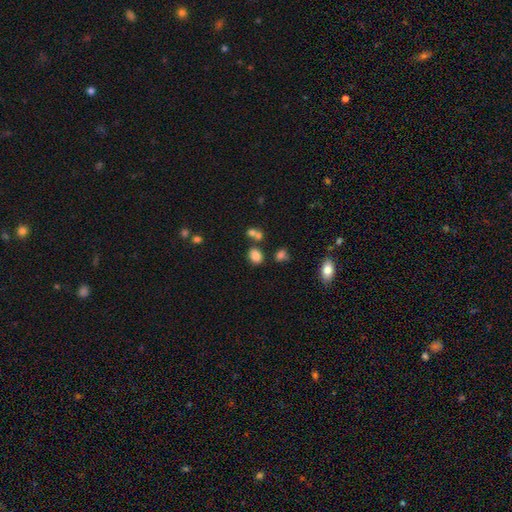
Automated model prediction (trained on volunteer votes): smooth_or_featured: smooth (p=0.81) [alt: star or artifact p=0.12]
how_rounded: in between (p=0.66) [alt: round p=0.33]
merging: none (p=0.67) [alt: merger p=0.17]